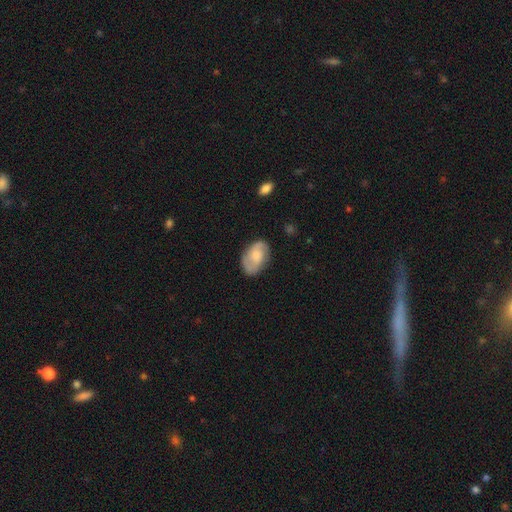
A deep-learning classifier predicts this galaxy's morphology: This is possibly a featured or disk galaxy (58%). It is clearly not viewed edge-on (97%). Bar: possibly no (60%). Spiral arm pattern: clearly yes (89%). Spiral arm count: clearly 2 (83%). Spiral winding: possibly medium (47%). Central bulge: marginally moderate (42%). Merging: likely none (76%).